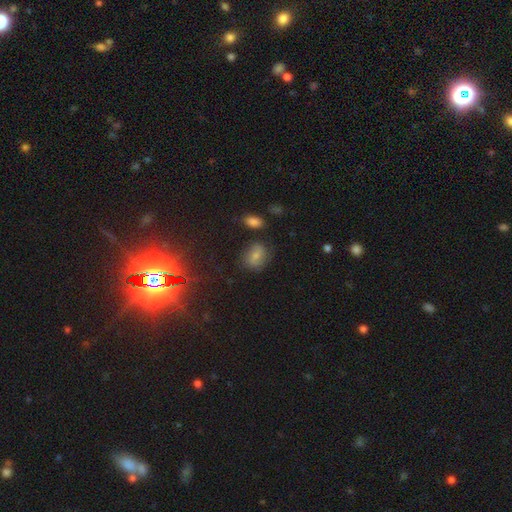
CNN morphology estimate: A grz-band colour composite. It shows a smooth galaxy with no disk features (55%) that is in between round and cigar-shaped (56%). Merging: none (72%).